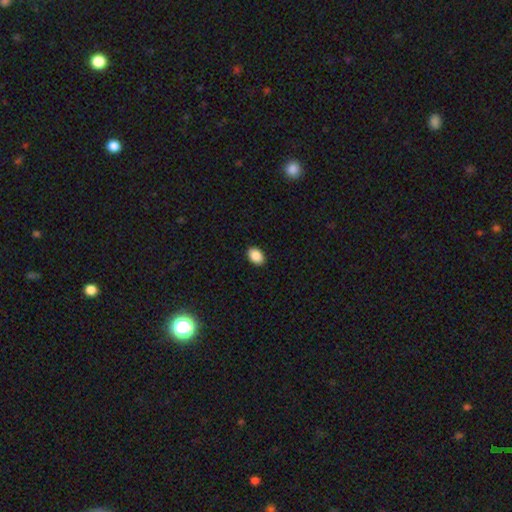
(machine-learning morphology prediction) Smooth or featured? Predicted: smooth (p=0.89). How rounded? Predicted: in between (p=0.80). Merging? Predicted: none (p=0.91).